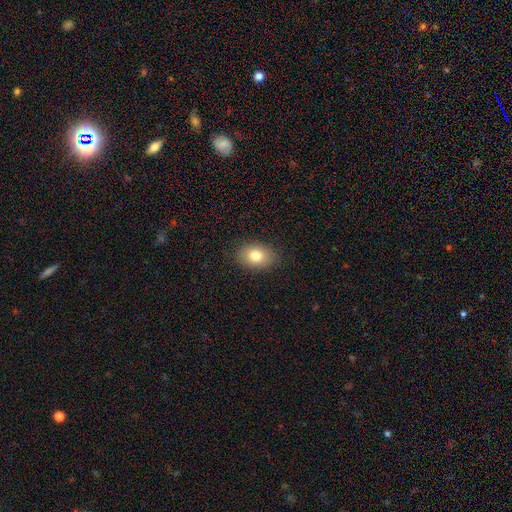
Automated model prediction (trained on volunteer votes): A smooth galaxy with no disk features (79%) that is in between round and cigar-shaped (75%).

Vote fractions:
- Smooth or featured? smooth: 79% / featured or disk: 11% / star or artifact: 9%
- How rounded? in between: 75% / round: 24% / cigar-shaped: 1%
- Merging? none: 87% / minor disturbance: 10% / major disturbance: 3% / merger: 1%